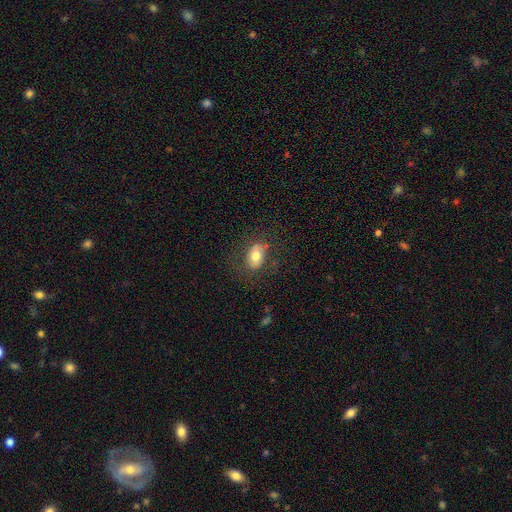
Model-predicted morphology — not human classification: Smooth or featured? smooth (69%)
How rounded? in between (83%)
Merging? none (74%)